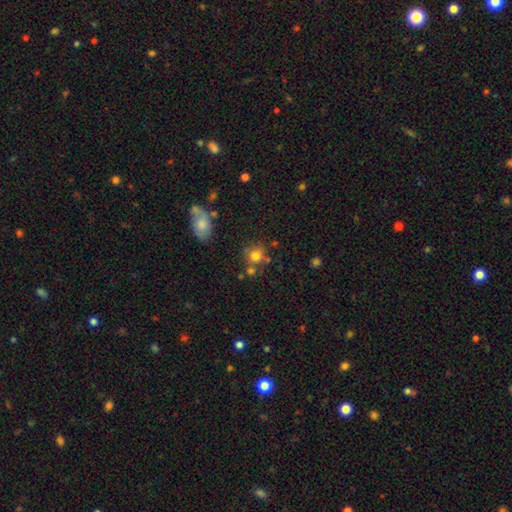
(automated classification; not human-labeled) Smooth or featured? smooth (77%)
How rounded? round (84%)
Merging? none (65%)